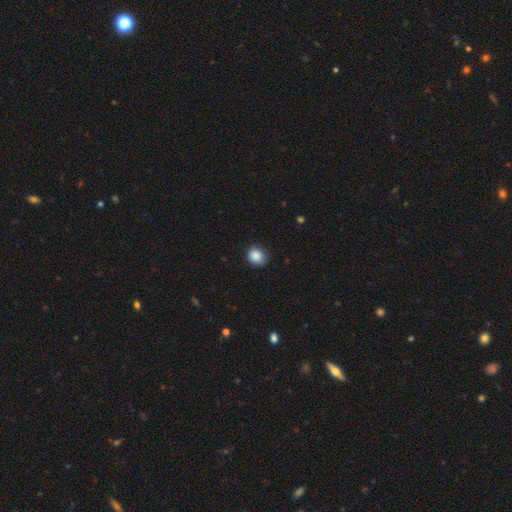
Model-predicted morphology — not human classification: Smooth or featured? smooth (87%)
How rounded? round (76%)
Merging? none (78%)